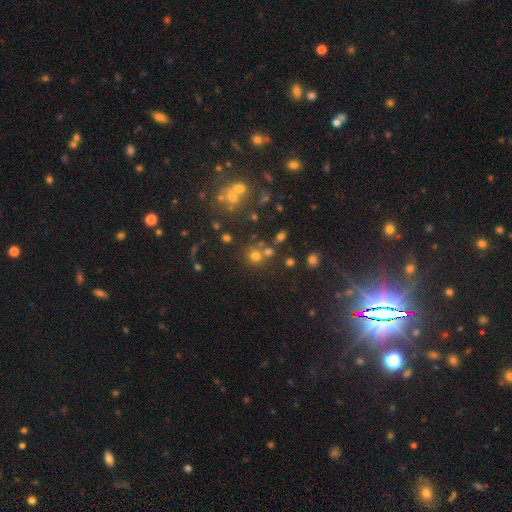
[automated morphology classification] Smooth or featured? smooth (66%)
How rounded? round (89%)
Merging? none (63%)